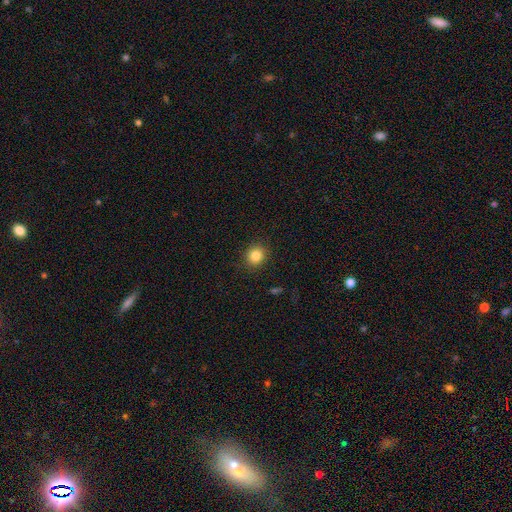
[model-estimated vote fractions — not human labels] Smooth or featured? Predicted: smooth (p=0.84). How rounded? Predicted: round (p=0.81). Merging? Predicted: none (p=0.89).